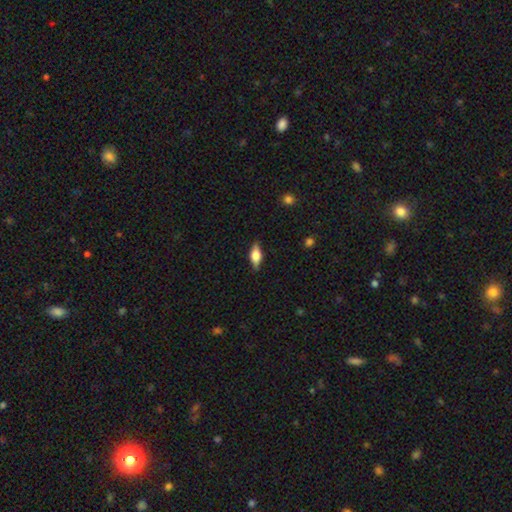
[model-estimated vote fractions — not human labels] This appears to be a smooth galaxy with no disk features (47%). Merging: none (85%).